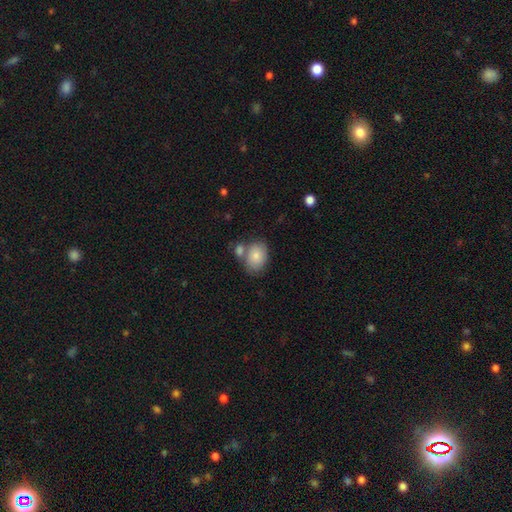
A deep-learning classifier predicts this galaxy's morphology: This appears to be a smooth galaxy with no disk features (81%) that is in between round and cigar-shaped (71%). Merging: none (50%).